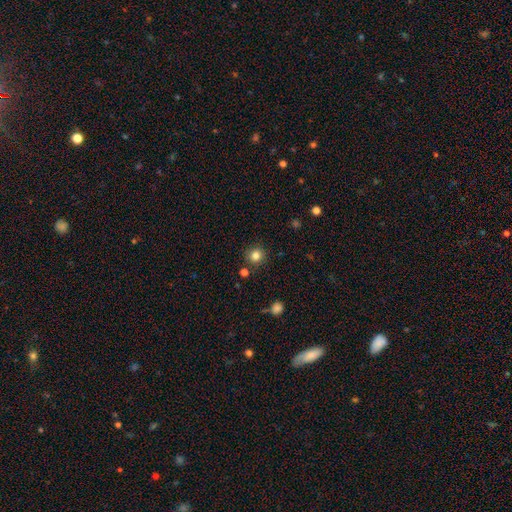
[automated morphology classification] smooth-or-featured: smooth: 82% | star or artifact: 13% | featured or disk: 5%
  how-rounded: round: 93% | in between: 6% | cigar-shaped: 1%
  merging: none: 87% | minor disturbance: 7% | merger: 3% | major disturbance: 2%